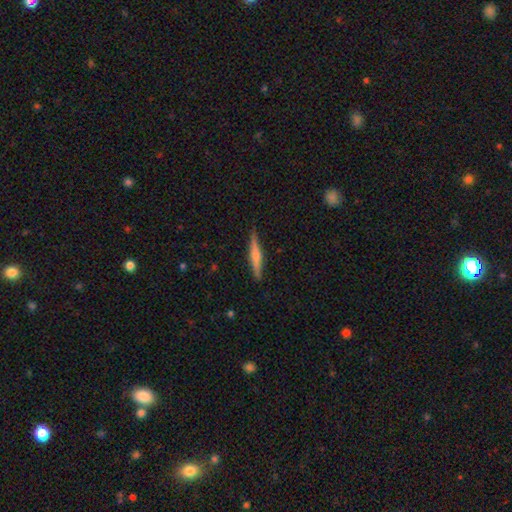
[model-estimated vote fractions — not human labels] Q: Smooth or featured?
A: featured or disk (49%); runner-up: smooth (45%)
Q: Merging?
A: none (87%); runner-up: minor disturbance (10%)